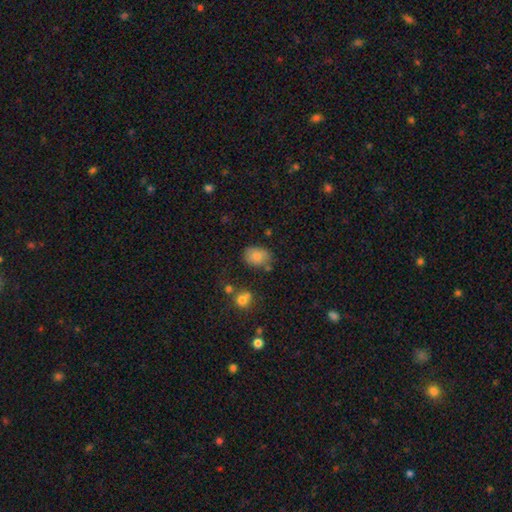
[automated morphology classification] Smooth or featured?
  - smooth: 78% *
  - star or artifact: 12%
  - featured or disk: 11%
How rounded?
  - in between: 67% *
  - round: 32%
  - cigar-shaped: 1%
Merging?
  - none: 75% *
  - minor disturbance: 16%
  - merger: 6%
  - major disturbance: 4%